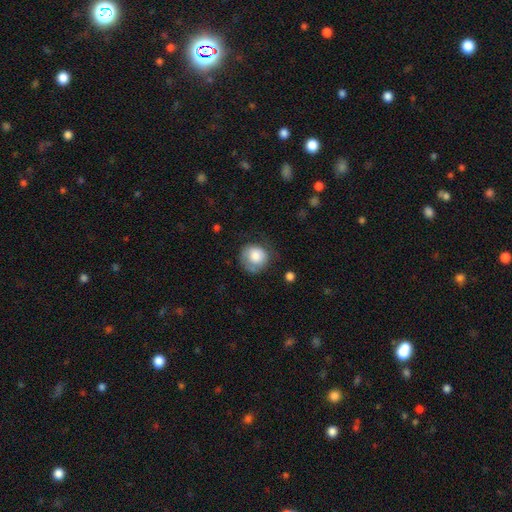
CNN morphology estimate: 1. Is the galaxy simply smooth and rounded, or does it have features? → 77% smooth, 16% featured or disk, 7% star or artifact.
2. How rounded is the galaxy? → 84% round, 15% in between, 1% cigar-shaped.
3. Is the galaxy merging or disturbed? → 54% none, 28% minor disturbance, 16% major disturbance, 2% merger.